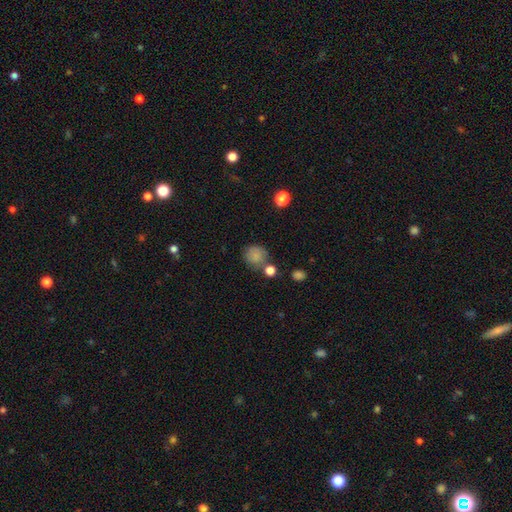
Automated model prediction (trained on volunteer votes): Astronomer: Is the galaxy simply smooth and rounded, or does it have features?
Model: smooth — 82%.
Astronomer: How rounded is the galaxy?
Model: round — 85%.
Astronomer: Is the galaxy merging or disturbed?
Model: none — 65%.